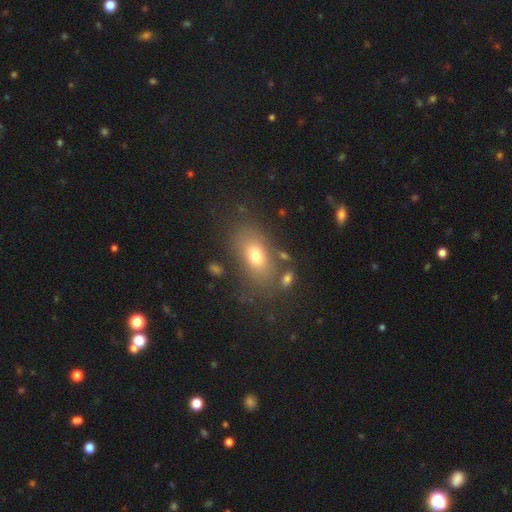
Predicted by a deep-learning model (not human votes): smooth 72%, featured or disk 17%, star or artifact 12%. Down the decision tree: how rounded — in between (83%); merging — none (73%).